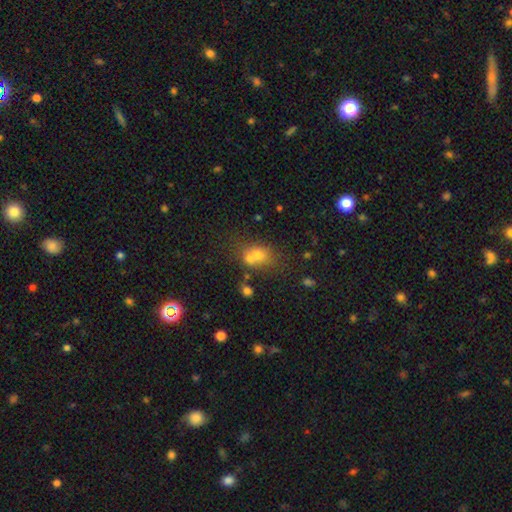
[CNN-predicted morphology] smooth 64%, featured or disk 21%, star or artifact 15%. Down the decision tree: how rounded — round (50%); merging — merger (53%).